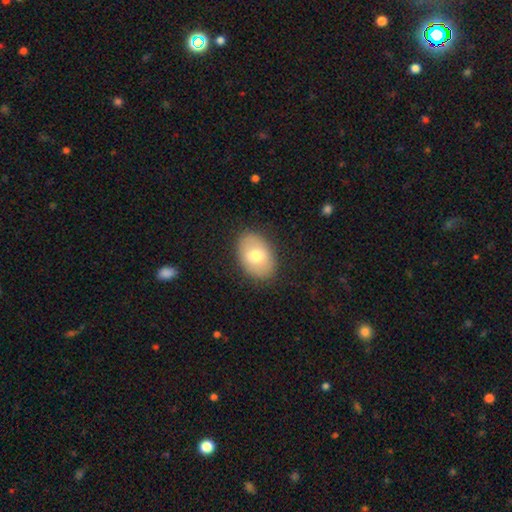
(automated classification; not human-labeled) Overall: smooth (69%). How rounded: in between (84%). Merging: none (85%).